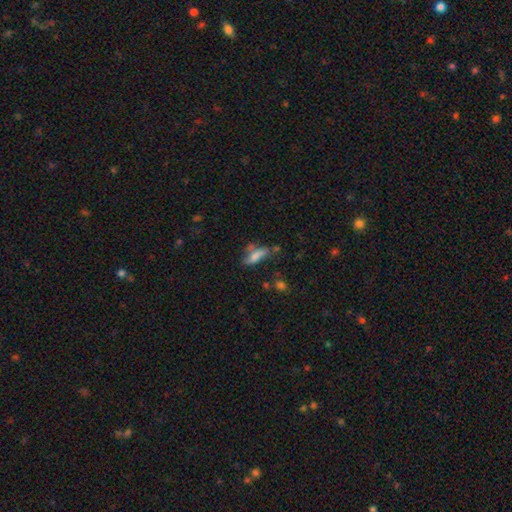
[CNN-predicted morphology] This is likely a smooth galaxy (68%). How rounded: possibly in between (55%). Merging: marginally none (40%).